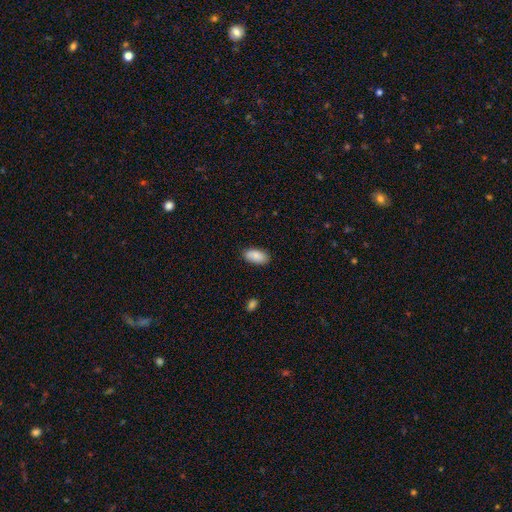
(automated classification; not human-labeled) A smooth galaxy with no disk features (88%) that is in between round and cigar-shaped (94%). Merging: none (87%).